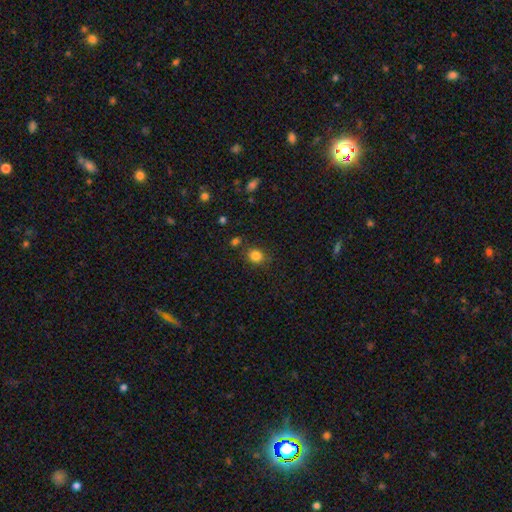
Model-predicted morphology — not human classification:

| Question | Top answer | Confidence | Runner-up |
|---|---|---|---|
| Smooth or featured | smooth | 83% | star or artifact (12%) |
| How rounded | round | 74% | in between (25%) |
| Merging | none | 80% | minor disturbance (12%) |